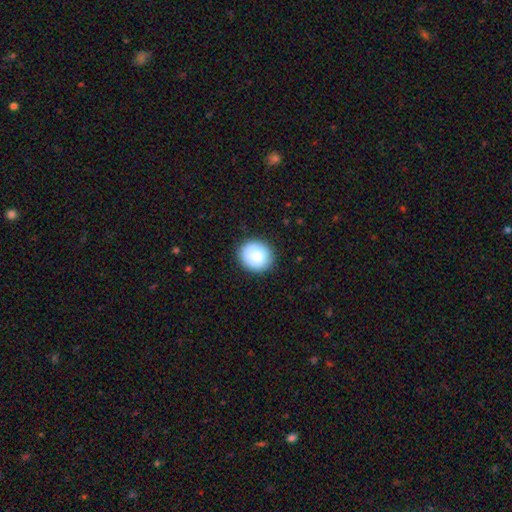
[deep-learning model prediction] Q: Smooth or featured?
A: smooth (82%); runner-up: featured or disk (11%)
Q: How rounded?
A: round (80%); runner-up: in between (19%)
Q: Merging?
A: none (88%); runner-up: minor disturbance (9%)